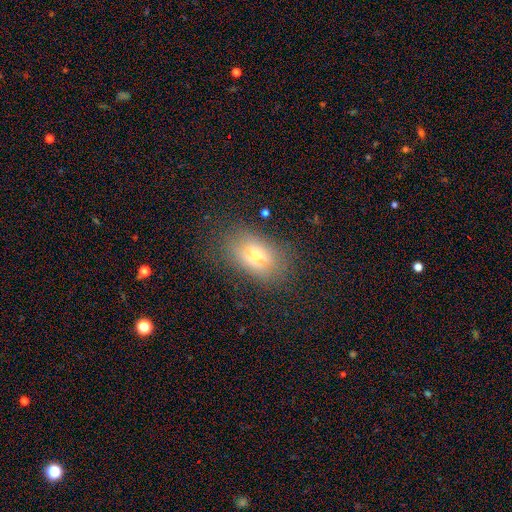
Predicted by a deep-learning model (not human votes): Q: Smooth or featured?
A: smooth (61%); runner-up: featured or disk (26%)
Q: How rounded?
A: in between (81%); runner-up: round (15%)
Q: Merging?
A: none (77%); runner-up: minor disturbance (15%)